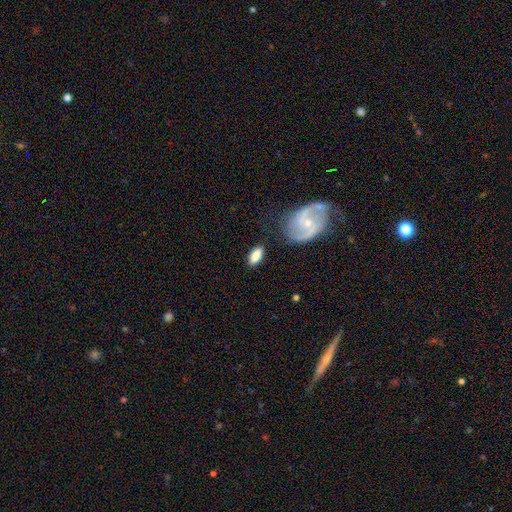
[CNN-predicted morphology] smooth_or_featured: smooth (p=0.78) [alt: featured or disk p=0.15]
how_rounded: in between (p=0.89) [alt: cigar-shaped p=0.07]
merging: none (p=0.79) [alt: minor disturbance p=0.14]